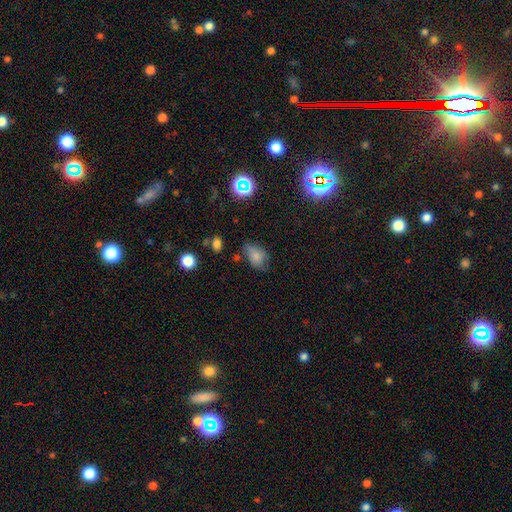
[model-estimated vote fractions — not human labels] smooth-or-featured: smooth: 73% | star or artifact: 15% | featured or disk: 12%
  how-rounded: in between: 83% | round: 15% | cigar-shaped: 2%
  merging: none: 48% | minor disturbance: 35% | major disturbance: 13% | merger: 4%